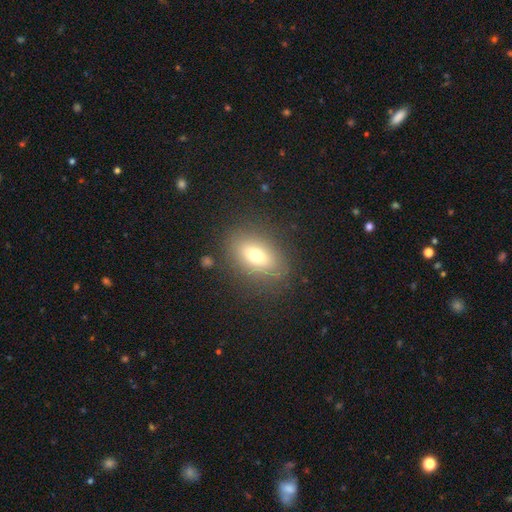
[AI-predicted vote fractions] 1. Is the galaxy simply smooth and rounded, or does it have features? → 69% smooth, 21% featured or disk, 11% star or artifact.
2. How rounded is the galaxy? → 82% in between, 14% round, 5% cigar-shaped.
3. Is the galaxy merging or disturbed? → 82% none, 11% minor disturbance, 5% major disturbance, 2% merger.